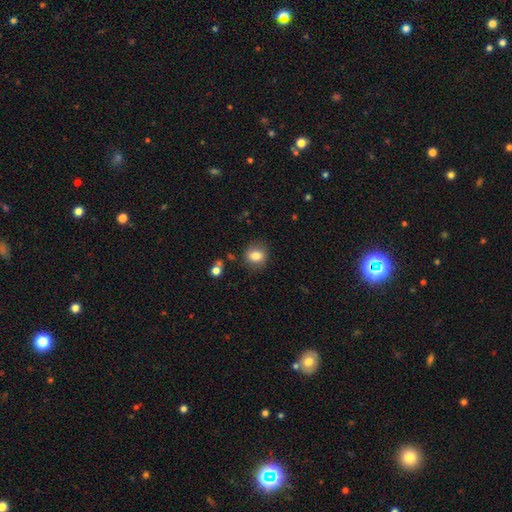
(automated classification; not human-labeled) Overall: smooth (81%). How rounded: round (70%). Merging: none (83%).